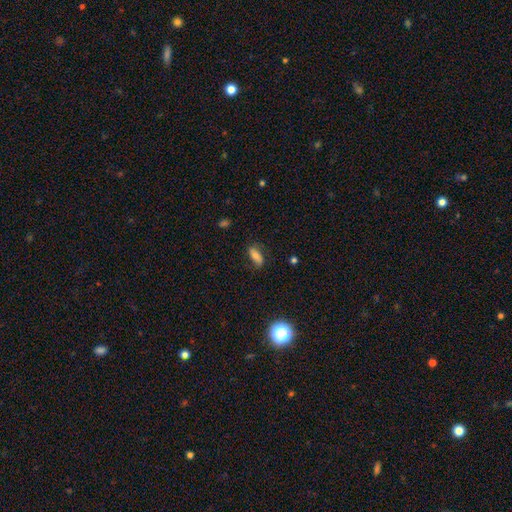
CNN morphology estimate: smooth 68%, featured or disk 22%, star or artifact 11%. Down the decision tree: how rounded — in between (77%); merging — none (72%).